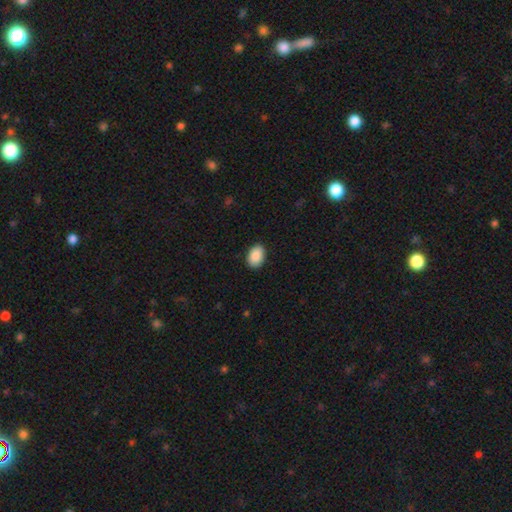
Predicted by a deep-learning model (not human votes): smooth_or_featured: smooth (p=0.90) [alt: star or artifact p=0.07]
how_rounded: in between (p=0.85) [alt: round p=0.14]
merging: none (p=0.89) [alt: minor disturbance p=0.08]